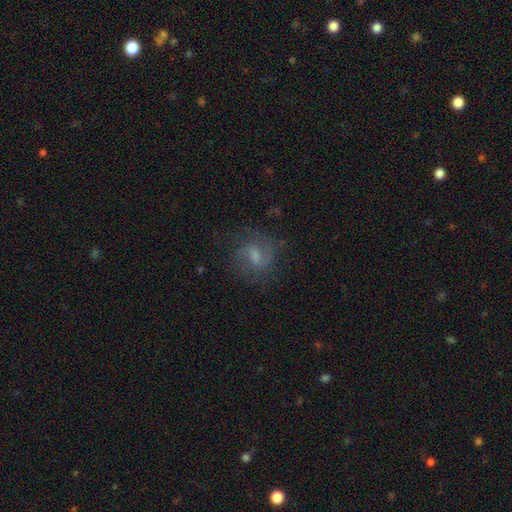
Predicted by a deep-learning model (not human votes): This appears to be a featured or disk galaxy (64%) with a weak bar (58%), 2 (78%) medium (51%) spiral arms (90%) and a small central bulge (38%). Merging: none (72%).